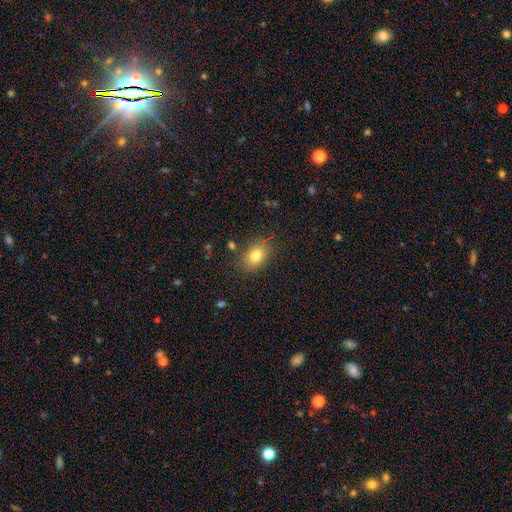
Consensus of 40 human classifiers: This appears to be a smooth galaxy with no disk features (85%) that is in between round and cigar-shaped (82%). Merging: none (72%).